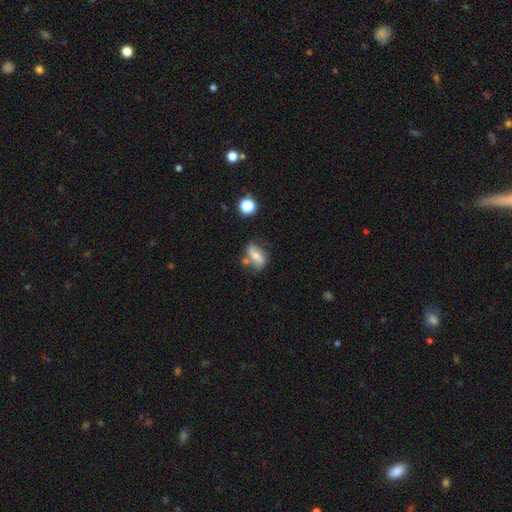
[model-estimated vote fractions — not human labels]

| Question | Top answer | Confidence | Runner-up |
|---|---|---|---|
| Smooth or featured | featured or disk | 58% | smooth (33%) |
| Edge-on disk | no | 92% | yes (8%) |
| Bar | no | 39% | weak (33%) |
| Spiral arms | yes | 78% | no (22%) |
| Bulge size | moderate | 59% | small (33%) |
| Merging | none | 59% | minor disturbance (20%) |